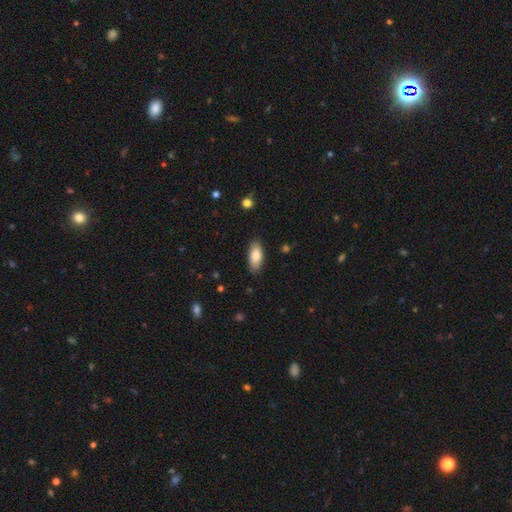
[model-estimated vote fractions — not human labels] Smooth or featured? Predicted: smooth (p=0.84). How rounded? Predicted: in between (p=0.86). Merging? Predicted: none (p=0.86).